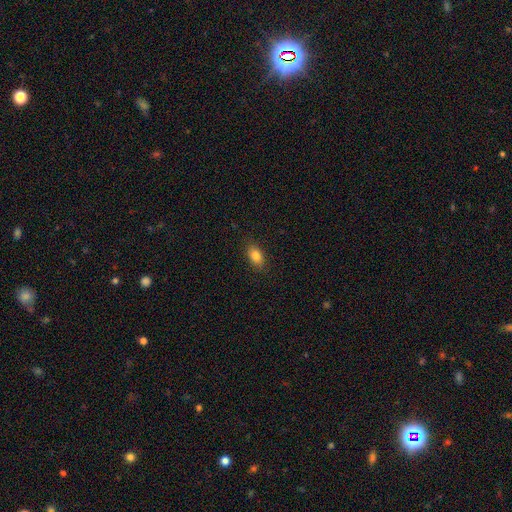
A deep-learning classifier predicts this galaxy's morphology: A smooth galaxy with no disk features (84%) that is in between round and cigar-shaped (88%). Merging: none (87%).